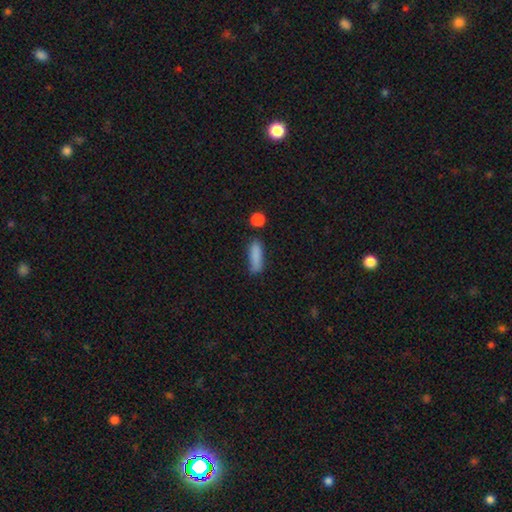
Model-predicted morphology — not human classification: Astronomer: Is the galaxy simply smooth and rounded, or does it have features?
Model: smooth — 85%.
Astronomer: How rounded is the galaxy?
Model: cigar-shaped — 56% (runner-up: in between, 41%).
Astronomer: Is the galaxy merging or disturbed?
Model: none — 70%.